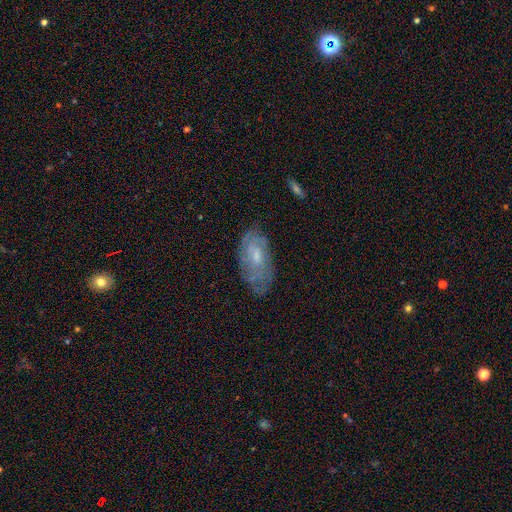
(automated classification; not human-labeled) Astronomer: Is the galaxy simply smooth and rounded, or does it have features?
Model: featured or disk — 57% (runner-up: smooth, 35%).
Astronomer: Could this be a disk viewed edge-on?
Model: no — 91%.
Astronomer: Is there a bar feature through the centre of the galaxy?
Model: no — 60%.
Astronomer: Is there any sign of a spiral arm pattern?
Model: yes — 69%.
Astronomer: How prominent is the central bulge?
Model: small — 45% (runner-up: moderate, 43%).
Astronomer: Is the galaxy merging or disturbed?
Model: none — 67%.